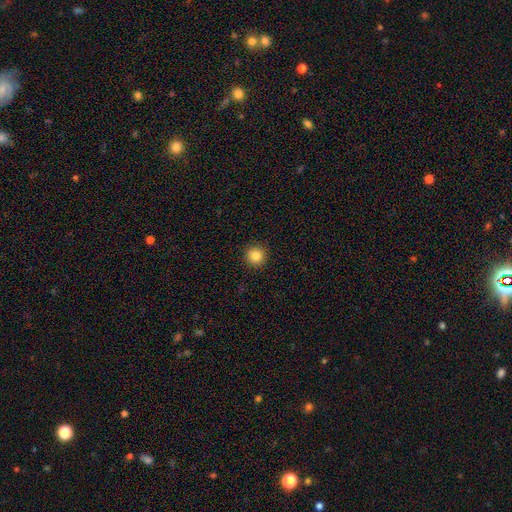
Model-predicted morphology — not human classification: Overall: smooth (84%). How rounded: round (95%). Merging: none (92%).